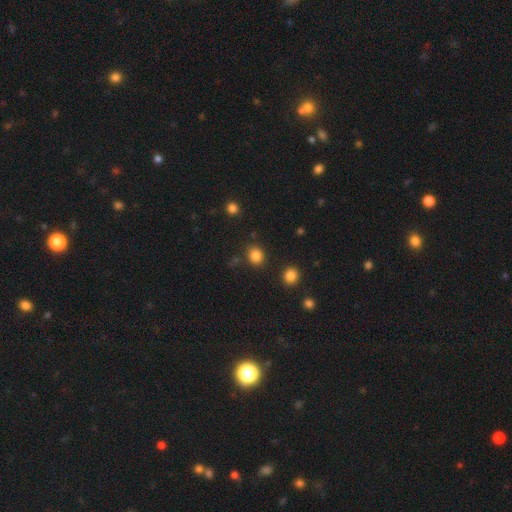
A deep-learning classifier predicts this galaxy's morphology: The model was most divided on "how rounded": round: 69%, in between: 30%, cigar-shaped: 1%. More confident: merging — none (84%); smooth or featured — smooth (84%).